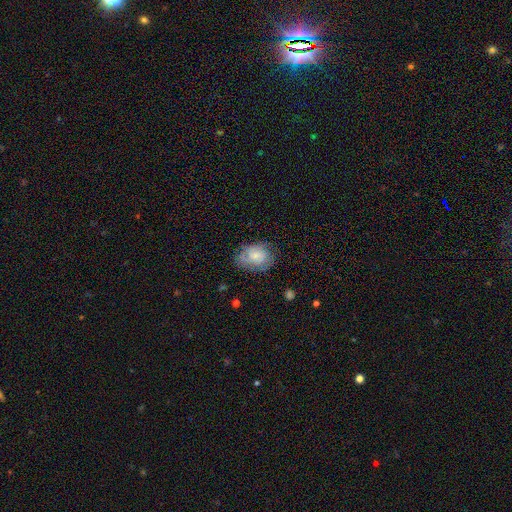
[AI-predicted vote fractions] smooth 51%, featured or disk 40%, star or artifact 9%. Down the decision tree: how rounded — in between (71%); merging — none (65%).